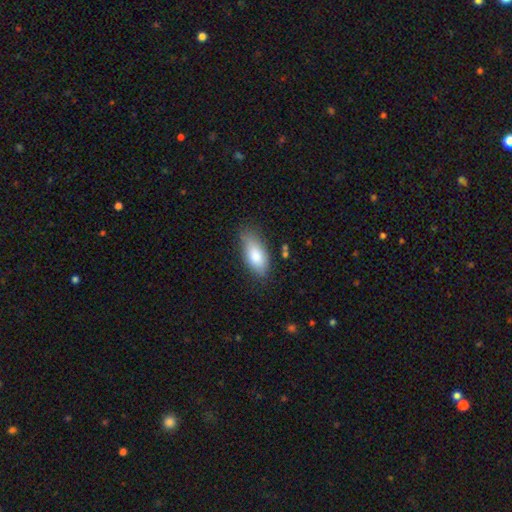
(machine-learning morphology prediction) This appears to be a smooth galaxy with no disk features (83%) that is in between round and cigar-shaped (85%). Merging: none (71%).